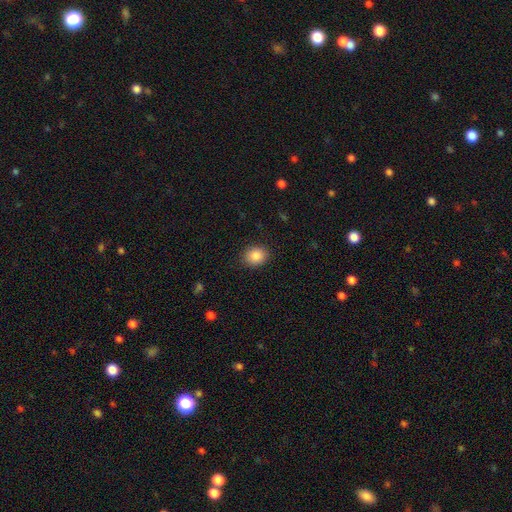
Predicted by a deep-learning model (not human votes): This appears to be a smooth galaxy with no disk features (87%) that is round (61%). Merging: none (88%).